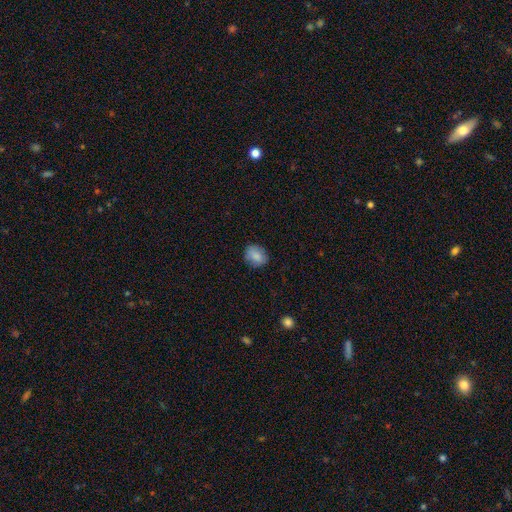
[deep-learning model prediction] smooth 84%, star or artifact 8%, featured or disk 8%. Down the decision tree: how rounded — round (51%); merging — none (81%).